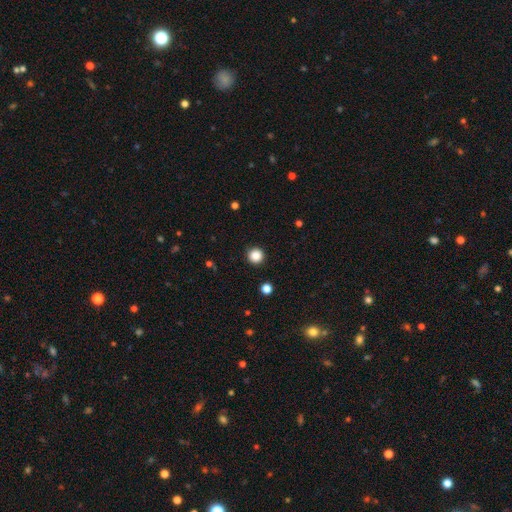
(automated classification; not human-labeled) Smooth or featured: smooth — 86% (star or artifact — 11%)
How rounded: round — 96% (in between — 3%)
Merging: none — 93% (minor disturbance — 4%)